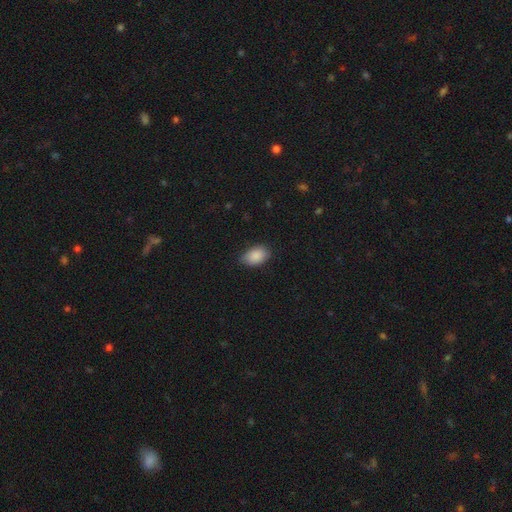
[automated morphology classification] This appears to be a smooth galaxy with no disk features (88%) that is in between round and cigar-shaped (89%). Merging: none (76%).